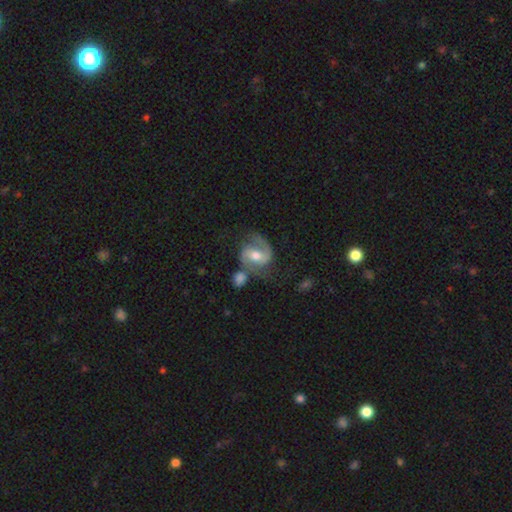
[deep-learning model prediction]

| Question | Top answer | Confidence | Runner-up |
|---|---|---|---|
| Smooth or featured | featured or disk | 84% | smooth (11%) |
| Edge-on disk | no | 98% | yes (2%) |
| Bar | weak | 48% | strong (27%) |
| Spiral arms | yes | 96% | no (4%) |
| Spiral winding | medium | 57% | loose (23%) |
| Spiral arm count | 2 | 88% | 1 (5%) |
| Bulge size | moderate | 71% | small (20%) |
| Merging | none | 56% | minor disturbance (18%) |